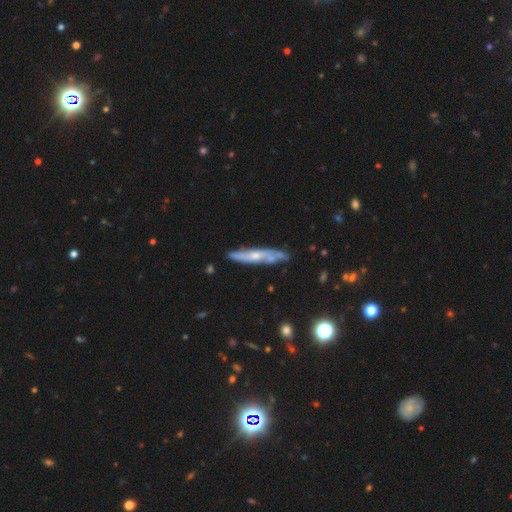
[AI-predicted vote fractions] Morphology: type=featured or disk (59%); edge-on=yes (69%); merging=none (72%).